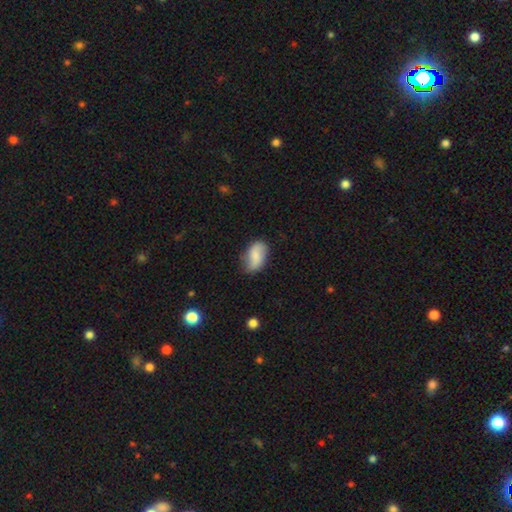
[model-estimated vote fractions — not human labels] smooth-or-featured: smooth: 68% | featured or disk: 25% | star or artifact: 7%
  how-rounded: in between: 91% | round: 6% | cigar-shaped: 2%
  merging: none: 69% | minor disturbance: 24% | major disturbance: 6% | merger: 2%